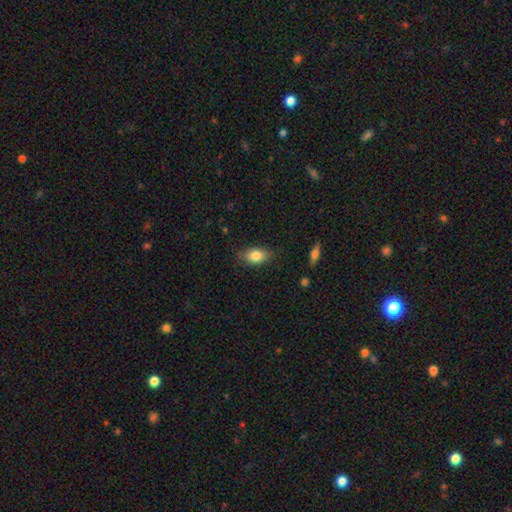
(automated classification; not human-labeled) This is clearly a smooth galaxy (83%). How rounded: clearly in between (86%). Merging: likely none (77%).